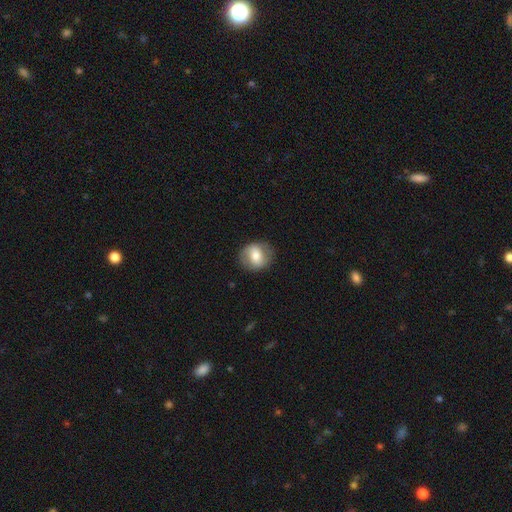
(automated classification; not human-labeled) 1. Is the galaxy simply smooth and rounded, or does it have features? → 56% smooth, 36% featured or disk, 7% star or artifact.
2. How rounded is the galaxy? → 70% round, 29% in between, 1% cigar-shaped.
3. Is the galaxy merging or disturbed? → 82% none, 12% minor disturbance, 5% major disturbance, 1% merger.